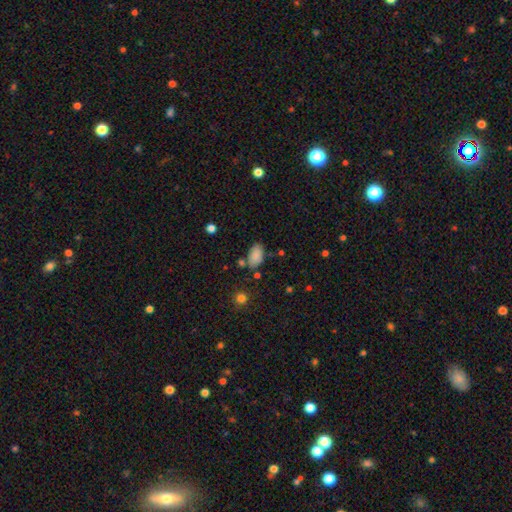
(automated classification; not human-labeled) Q: Smooth or featured?
A: smooth (85%); runner-up: star or artifact (9%)
Q: How rounded?
A: in between (93%); runner-up: round (6%)
Q: Merging?
A: none (68%); runner-up: minor disturbance (19%)